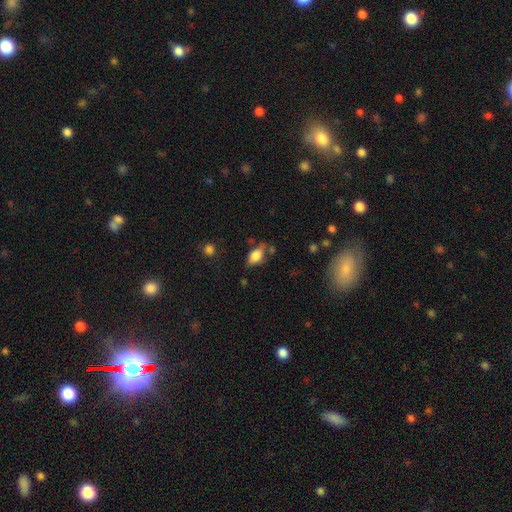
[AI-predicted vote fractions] The model was most divided on "merging": none: 58%, minor disturbance: 26%, major disturbance: 9%, merger: 7%. More confident: how rounded — in between (87%); smooth or featured — smooth (76%).